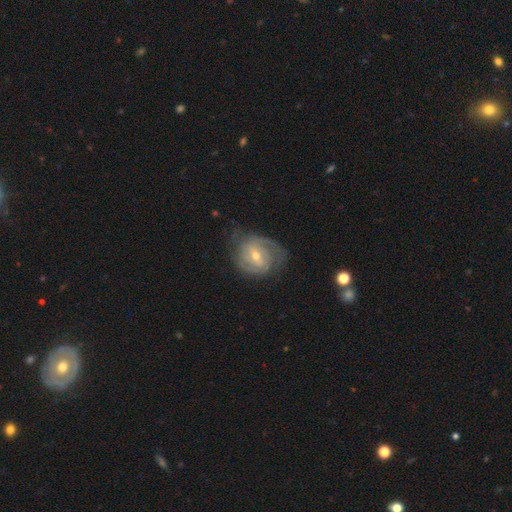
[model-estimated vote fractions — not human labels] Overall: featured or disk (81%). Edge-on disk: no (97%). Bar: weak (51%; no 27%). Spiral arms: yes (92%). Spiral arm count: 2 (53%; can't tell 23%). Spiral winding: tight (53%; medium 36%). Bulge size: moderate (49%; small 47%). Merging: none (66%).